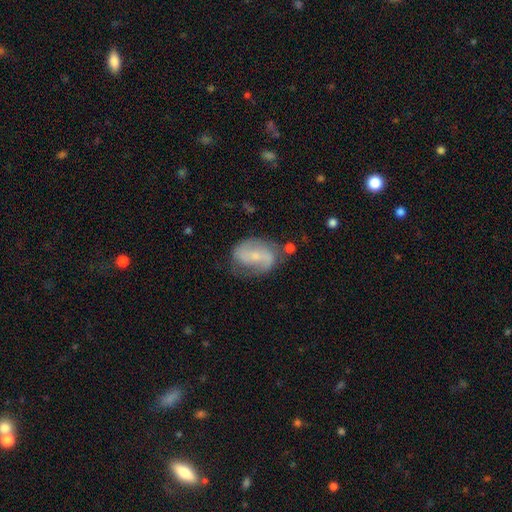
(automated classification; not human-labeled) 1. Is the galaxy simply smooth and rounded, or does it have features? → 71% featured or disk, 22% smooth, 7% star or artifact.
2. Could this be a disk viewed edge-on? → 97% no, 3% yes.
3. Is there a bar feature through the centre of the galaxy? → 40% no, 39% weak, 21% strong.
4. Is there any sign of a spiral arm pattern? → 89% yes, 11% no.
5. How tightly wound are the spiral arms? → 42% medium, 38% loose, 20% tight.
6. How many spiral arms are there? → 84% 2, 9% can't tell, 4% 1, 2% 3, 1% 4, 1% more than 4.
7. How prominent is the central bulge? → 66% small, 26% moderate, 6% none, 2% large, 1% dominant.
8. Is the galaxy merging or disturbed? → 65% none, 22% minor disturbance, 9% major disturbance, 4% merger.